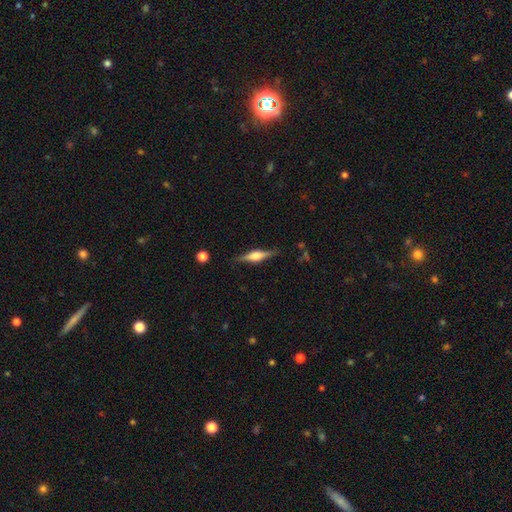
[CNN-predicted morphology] Smooth or featured: featured or disk — 72% (smooth — 22%)
Edge-on disk: yes — 97% (no — 3%)
Edge-on bulge: rounded — 83% (boxy — 15%)
Merging: none — 86% (minor disturbance — 10%)